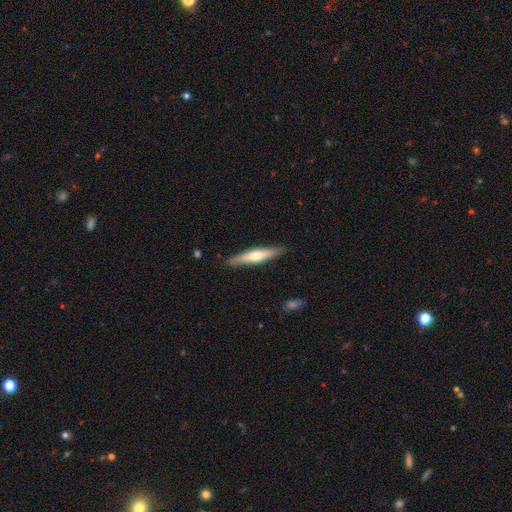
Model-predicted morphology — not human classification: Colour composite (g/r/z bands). It shows a featured or disk galaxy (47%, tied with smooth). Merging: none (88%).